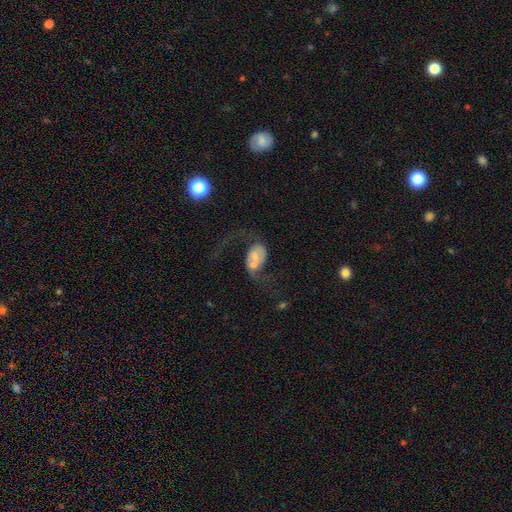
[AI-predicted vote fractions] A featured or disk galaxy (53%) with no bar (68%), spiral arms (66%) and a moderate central bulge (39%).

Vote fractions:
- Smooth or featured? featured or disk: 53% / smooth: 38% / star or artifact: 9%
- Edge-on disk? no: 96% / yes: 4%
- Bar? no: 68% / weak: 25% / strong: 8%
- Spiral arms? yes: 66% / no: 34%
- Bulge size? moderate: 39% / small: 38% / none: 12% / large: 8% / dominant: 4%
- Merging? merger: 40% / major disturbance: 27% / none: 22% / minor disturbance: 12%